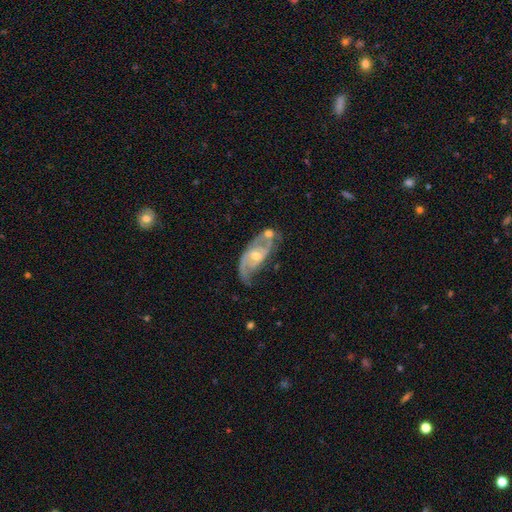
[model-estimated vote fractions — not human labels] Smooth or featured? featured or disk (84%)
Edge-on disk? no (94%)
Bar? no (51%)
Spiral arms? yes (91%)
Spiral winding? medium (46%)
Spiral arm count? 2 (74%)
Bulge size? moderate (54%)
Merging? none (46%)